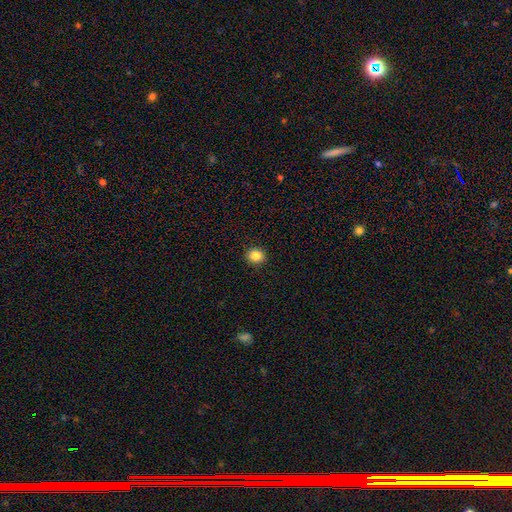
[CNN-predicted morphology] type=smooth (85%); roundness=round (81%); merging=none (92%).